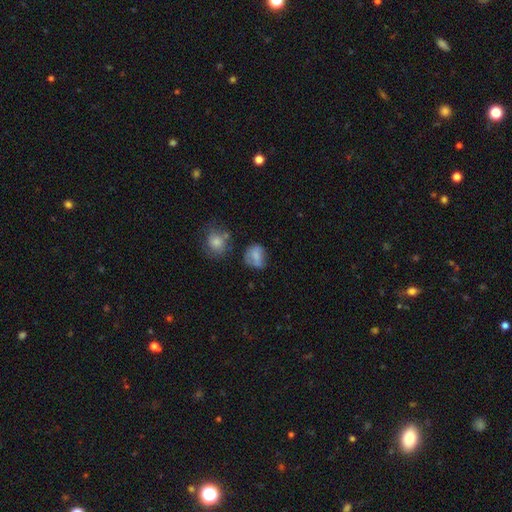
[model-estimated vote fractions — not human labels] smooth_or_featured: smooth (p=0.70) [alt: featured or disk p=0.19]
how_rounded: round (p=0.59) [alt: in between p=0.39]
merging: none (p=0.50) [alt: minor disturbance p=0.28]